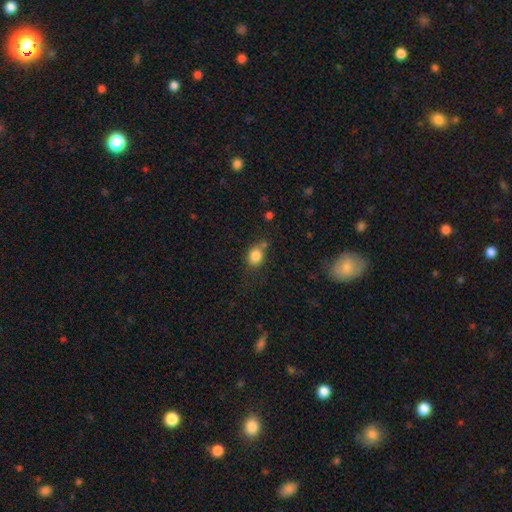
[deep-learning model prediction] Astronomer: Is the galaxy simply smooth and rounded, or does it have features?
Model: smooth — 84%.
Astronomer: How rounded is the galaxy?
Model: in between — 50% (runner-up: round, 49%).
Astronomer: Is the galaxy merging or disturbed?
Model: none — 62%.